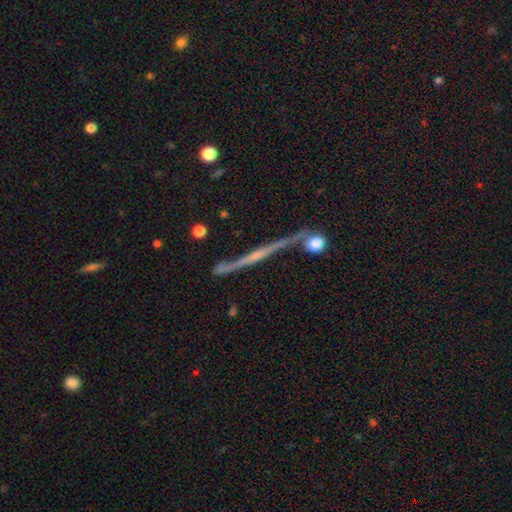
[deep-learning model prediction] This is likely a featured or disk galaxy (80%). It is clearly viewed edge-on (87%). Edge-on bulge: possibly rounded (51%). Merging: possibly none (59%).